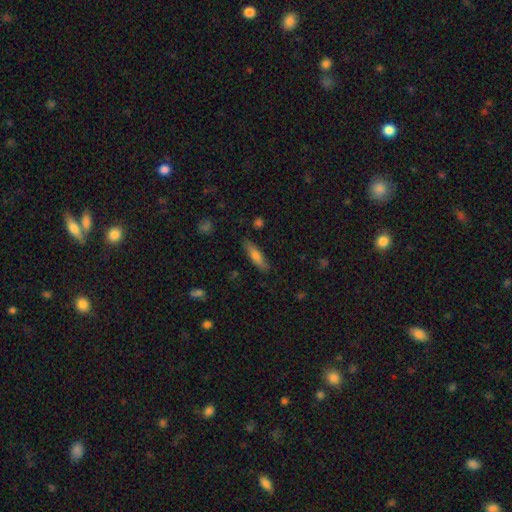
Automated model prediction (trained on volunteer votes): A smooth galaxy with no disk features (70%) that is cigar-shaped (70%).

Vote fractions:
- Smooth or featured? smooth: 70% / featured or disk: 24% / star or artifact: 7%
- How rounded? cigar-shaped: 70% / in between: 28% / round: 2%
- Merging? none: 86% / minor disturbance: 11% / major disturbance: 2% / merger: 2%